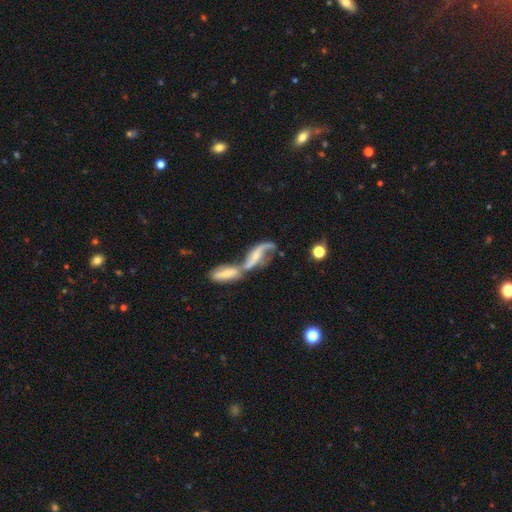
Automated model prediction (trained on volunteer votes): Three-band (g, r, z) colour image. It shows a featured or disk galaxy (73%) with no bar (38%), 2 (77%) loose (83%) spiral arms (86%) and a small central bulge (44%). Merging: merger (70%).